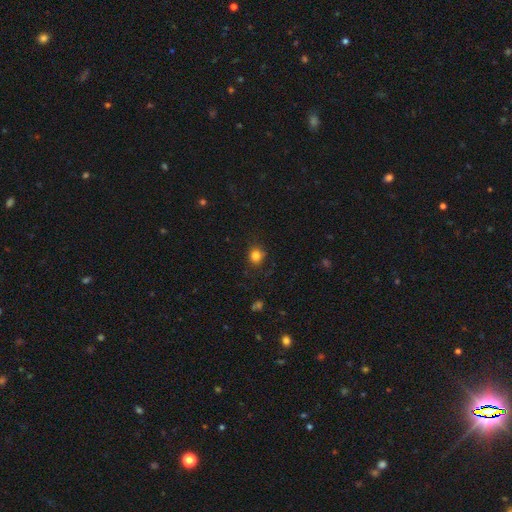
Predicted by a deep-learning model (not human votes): Q: Smooth or featured?
A: smooth (83%); runner-up: star or artifact (12%)
Q: How rounded?
A: round (80%); runner-up: in between (19%)
Q: Merging?
A: none (82%); runner-up: minor disturbance (13%)